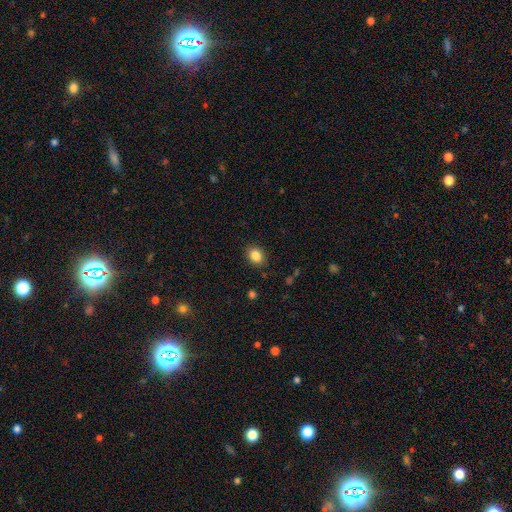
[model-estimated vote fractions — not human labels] Smooth or featured: smooth — 85% (star or artifact — 9%)
How rounded: in between — 54% (round — 45%)
Merging: none — 88% (minor disturbance — 8%)